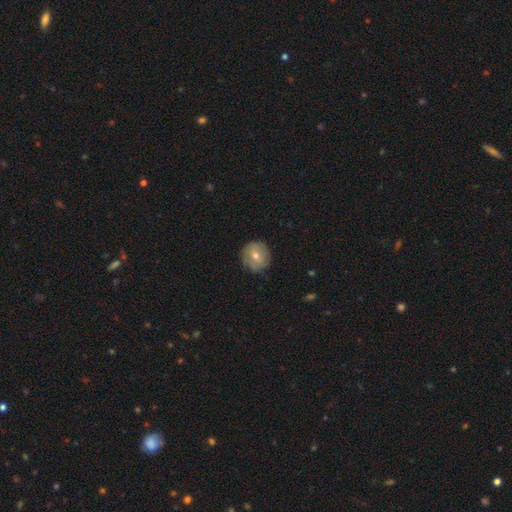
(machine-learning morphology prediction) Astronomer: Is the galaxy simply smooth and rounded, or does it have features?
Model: smooth — 55% (runner-up: featured or disk, 36%).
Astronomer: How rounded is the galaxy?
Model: round — 93%.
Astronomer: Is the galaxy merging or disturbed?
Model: none — 85%.